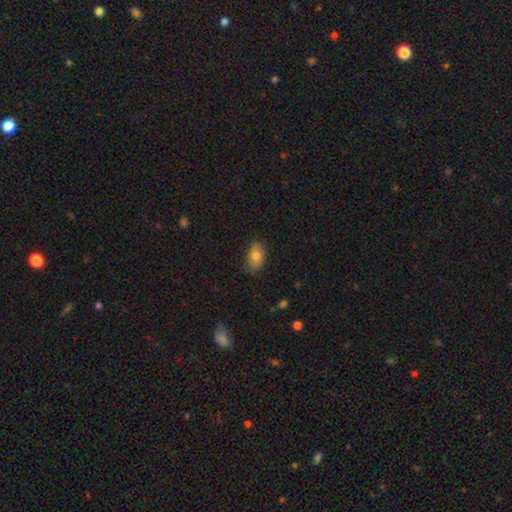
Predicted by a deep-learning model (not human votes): Smooth or featured?
  - smooth: 76% *
  - featured or disk: 16%
  - star or artifact: 8%
How rounded?
  - in between: 88% *
  - round: 11%
  - cigar-shaped: 2%
Merging?
  - none: 77% *
  - minor disturbance: 19%
  - major disturbance: 3%
  - merger: 1%